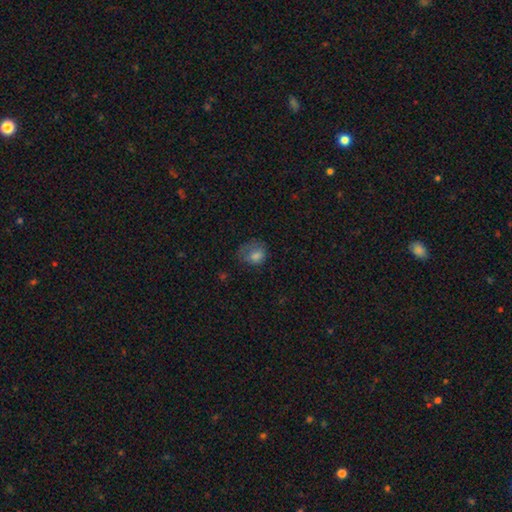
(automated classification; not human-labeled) Smooth or featured? smooth (73%)
How rounded? round (50%)
Merging? major disturbance (34%, tied with none)